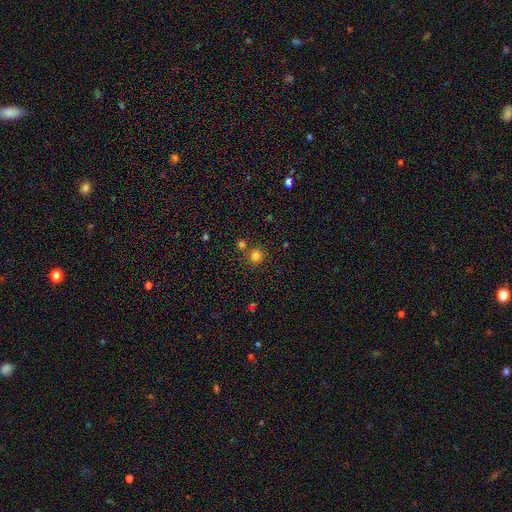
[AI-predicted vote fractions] Smooth or featured: smooth — 80% (star or artifact — 15%)
How rounded: round — 88% (in between — 11%)
Merging: none — 75% (merger — 14%)